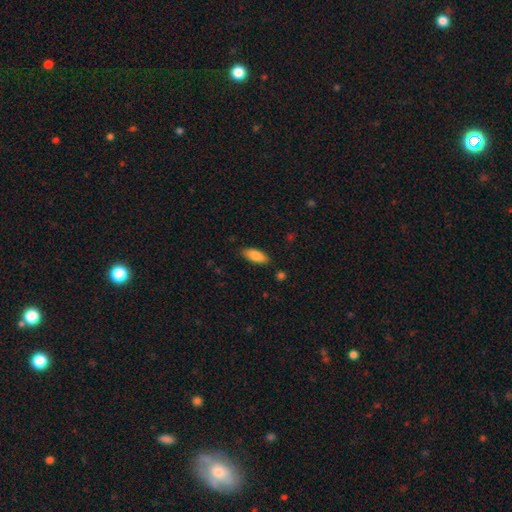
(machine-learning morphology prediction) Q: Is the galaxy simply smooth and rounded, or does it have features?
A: smooth — 86%.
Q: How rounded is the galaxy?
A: in between — 82%.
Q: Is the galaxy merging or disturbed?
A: none — 86%.